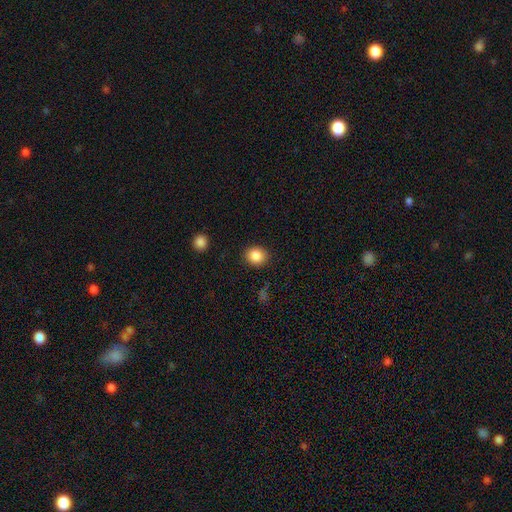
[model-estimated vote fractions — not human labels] Morphology: type=smooth (87%); roundness=round (77%); merging=none (89%).